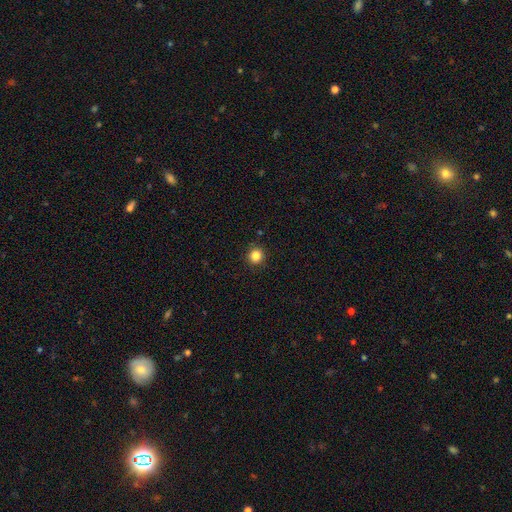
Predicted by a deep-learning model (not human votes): smooth 84%, star or artifact 12%, featured or disk 4%. Down the decision tree: how rounded — round (94%); merging — none (92%).